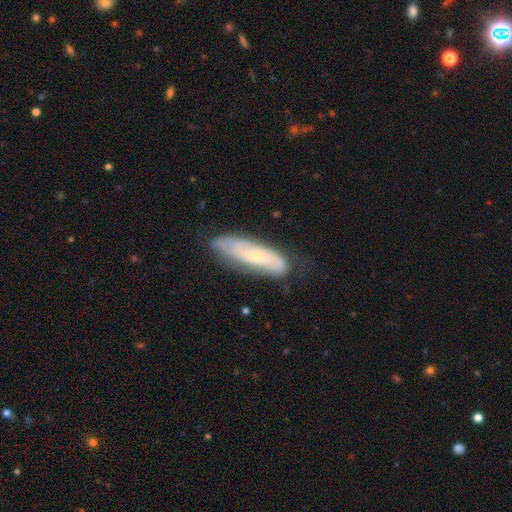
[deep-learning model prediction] featured or disk 57%, smooth 36%, star or artifact 7%. Down the decision tree: edge-on disk — no (75%); merging — none (68%).